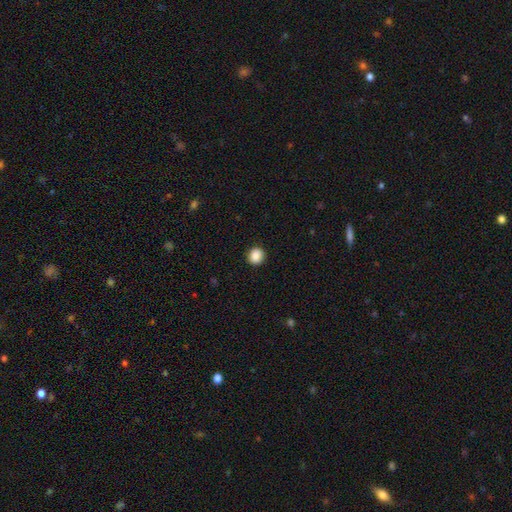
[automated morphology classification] Overall: smooth (88%). How rounded: round (87%). Merging: none (92%).